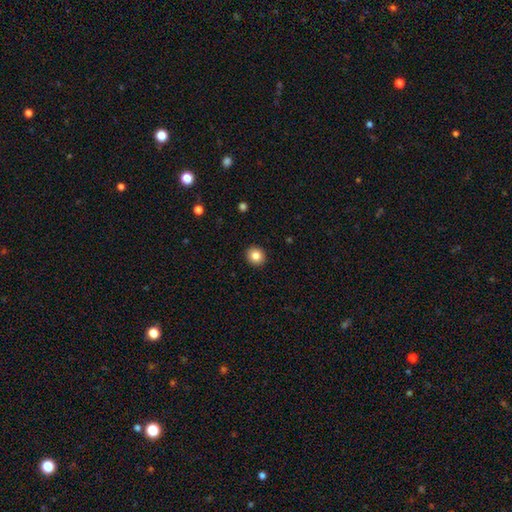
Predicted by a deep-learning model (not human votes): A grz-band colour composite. It shows a smooth galaxy with no disk features (84%) that is round (86%). Merging: none (92%).